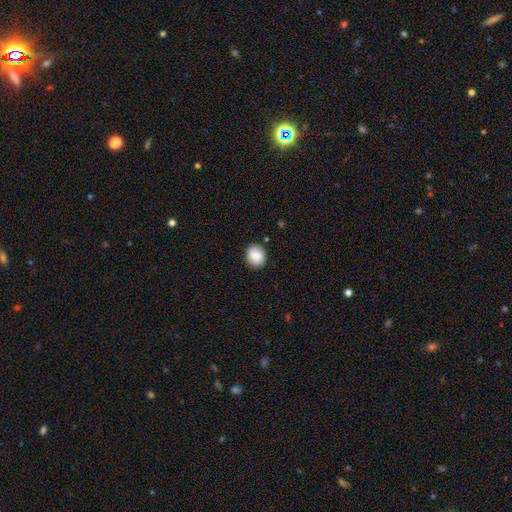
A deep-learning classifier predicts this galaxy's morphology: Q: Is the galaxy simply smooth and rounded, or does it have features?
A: smooth — 82%.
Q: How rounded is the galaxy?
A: round — 68%.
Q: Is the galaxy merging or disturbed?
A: none — 83%.